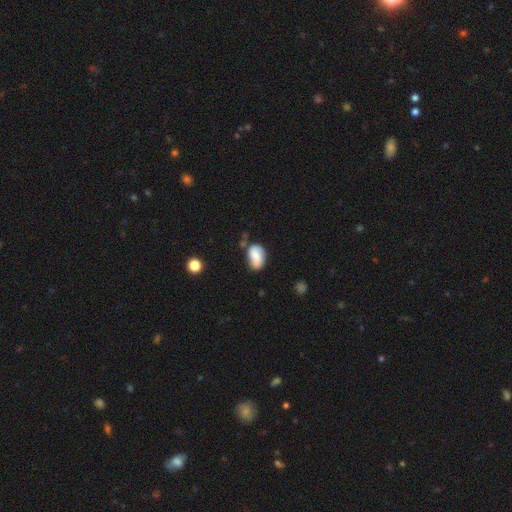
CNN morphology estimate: Smooth or featured?
  - smooth: 77% *
  - featured or disk: 15%
  - star or artifact: 8%
How rounded?
  - in between: 89% *
  - round: 10%
  - cigar-shaped: 2%
Merging?
  - none: 53% *
  - minor disturbance: 30%
  - merger: 9%
  - major disturbance: 8%